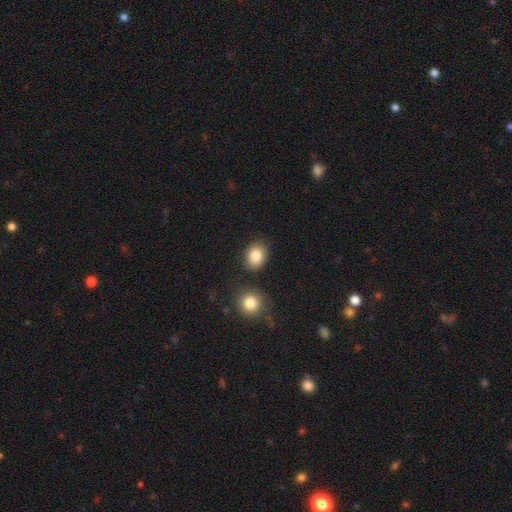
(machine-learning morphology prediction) type=smooth (85%); roundness=in between (53%); merging=none (81%).